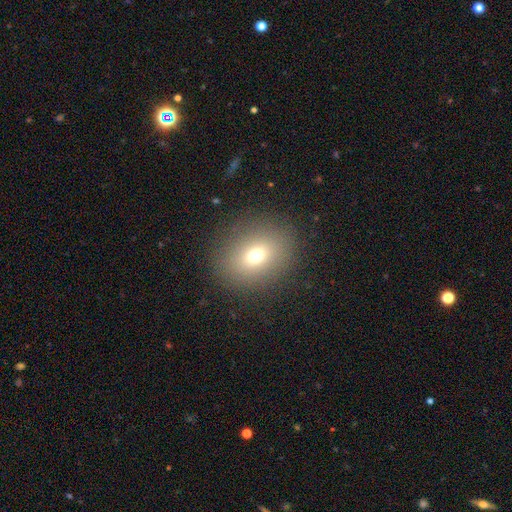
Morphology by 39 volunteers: Smooth or featured?
  - smooth: 74% *
  - featured or disk: 21%
  - star or artifact: 5%
How rounded?
  - round: 55% *
  - in between: 45%
  - cigar-shaped: 0%
Merging?
  - none: 92% *
  - major disturbance: 8%
  - minor disturbance: 0%
  - merger: 0%